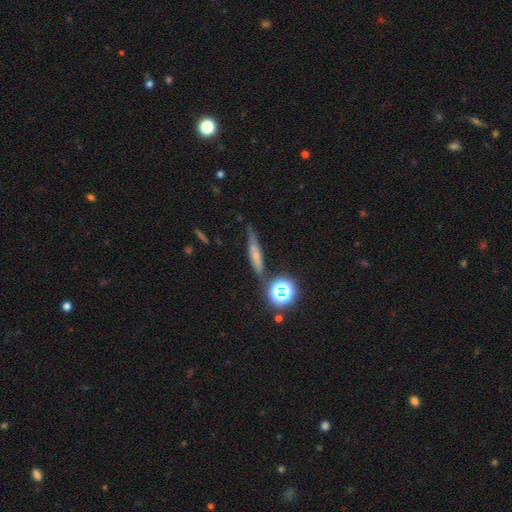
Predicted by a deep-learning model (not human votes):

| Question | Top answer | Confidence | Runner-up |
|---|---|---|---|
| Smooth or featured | smooth | 54% | featured or disk (28%) |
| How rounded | cigar-shaped | 78% | in between (12%) |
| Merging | none | 68% | minor disturbance (20%) |